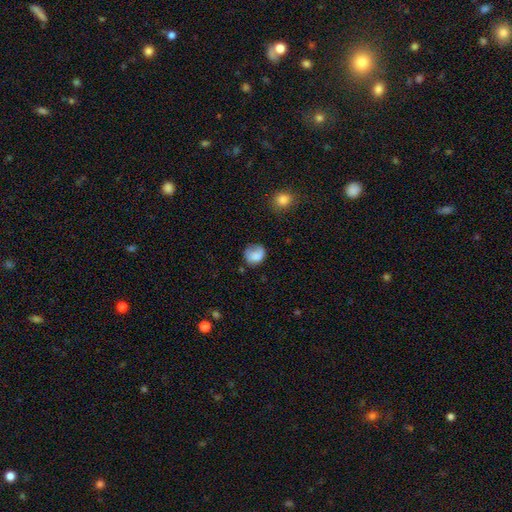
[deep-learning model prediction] Smooth or featured? smooth (79%)
How rounded? round (73%)
Merging? none (53%)